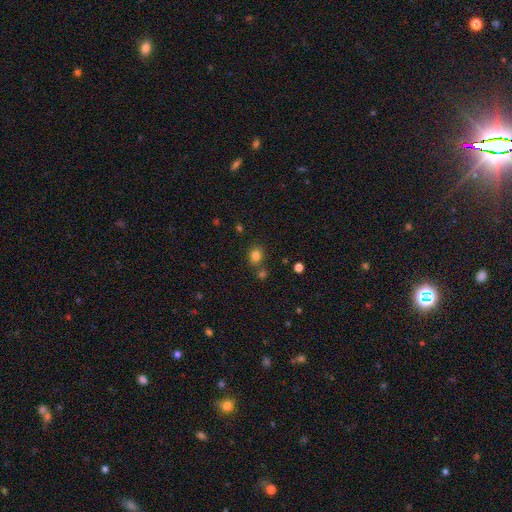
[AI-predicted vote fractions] This appears to be a smooth galaxy with no disk features (81%) that is round (63%). Merging: none (73%).